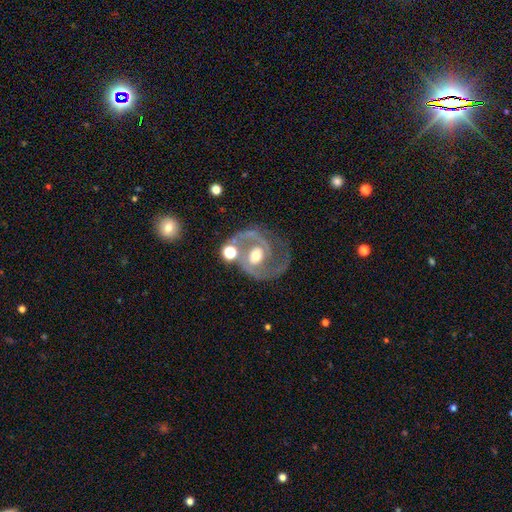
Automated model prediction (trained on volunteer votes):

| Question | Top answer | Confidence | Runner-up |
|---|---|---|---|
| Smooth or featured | featured or disk | 84% | smooth (10%) |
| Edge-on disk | no | 98% | yes (2%) |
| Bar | no | 54% | weak (33%) |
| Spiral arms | yes | 90% | no (10%) |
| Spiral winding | medium | 53% | tight (31%) |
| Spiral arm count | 2 | 82% | can't tell (6%) |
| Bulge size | moderate | 69% | small (17%) |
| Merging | none | 55% | minor disturbance (18%) |